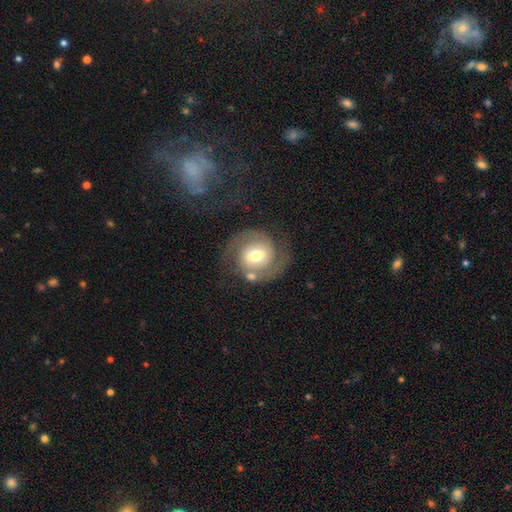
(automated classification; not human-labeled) This is clearly a featured or disk galaxy (83%). It is clearly not viewed edge-on (98%). Bar: marginally weak (45%). Spiral arm pattern: clearly yes (96%). Spiral arm count: clearly 2 (91%). Spiral winding: possibly medium (48%). Central bulge: likely moderate (70%). Merging: likely none (70%).